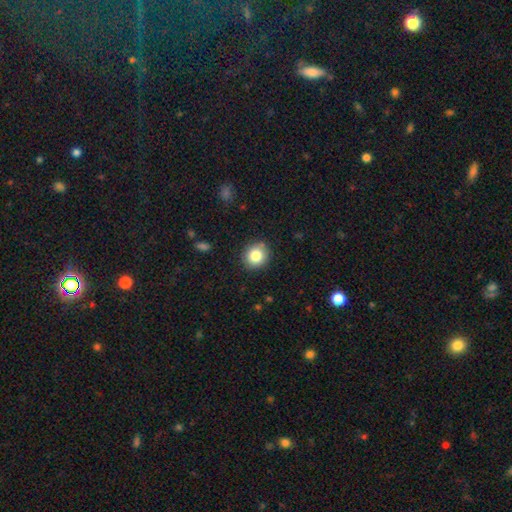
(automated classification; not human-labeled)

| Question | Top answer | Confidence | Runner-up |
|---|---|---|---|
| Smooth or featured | smooth | 83% | star or artifact (10%) |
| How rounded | round | 84% | in between (15%) |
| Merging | none | 88% | minor disturbance (8%) |